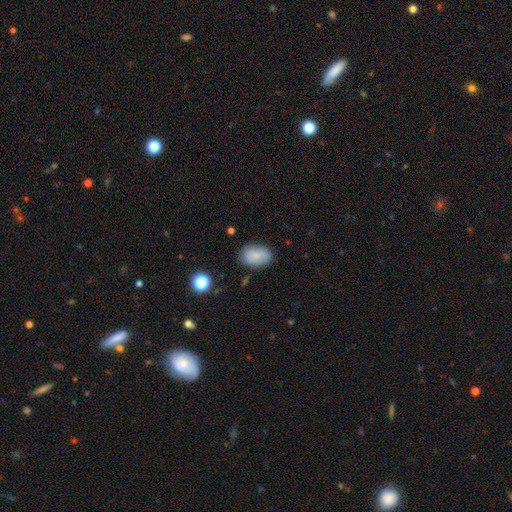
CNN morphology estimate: type=smooth (78%); roundness=in between (85%); merging=none (76%).